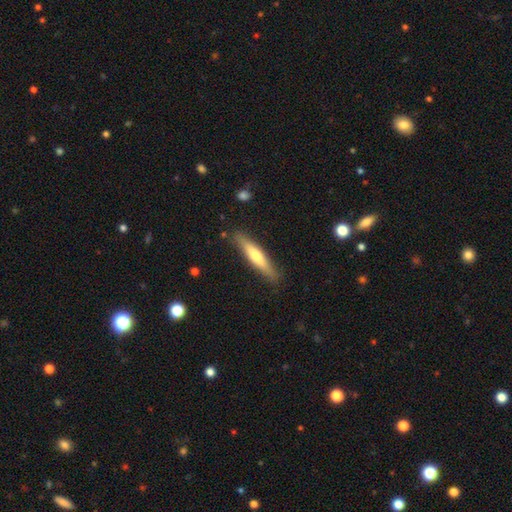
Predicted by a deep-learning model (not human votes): Q: Smooth or featured?
A: smooth (54%); runner-up: featured or disk (40%)
Q: How rounded?
A: cigar-shaped (89%); runner-up: in between (10%)
Q: Merging?
A: none (87%); runner-up: minor disturbance (10%)